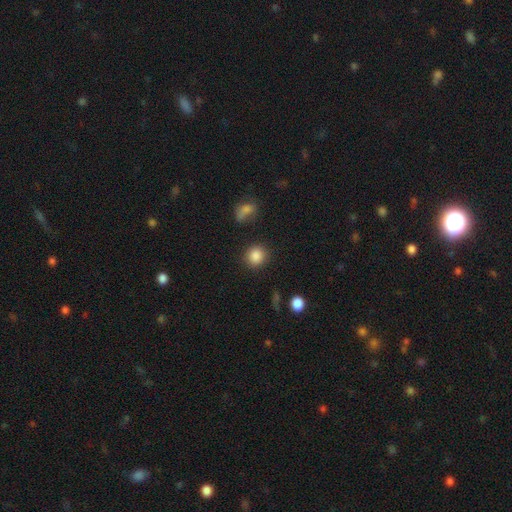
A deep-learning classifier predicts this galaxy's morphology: A smooth galaxy with no disk features (87%) that is round (83%). Merging: none (85%).